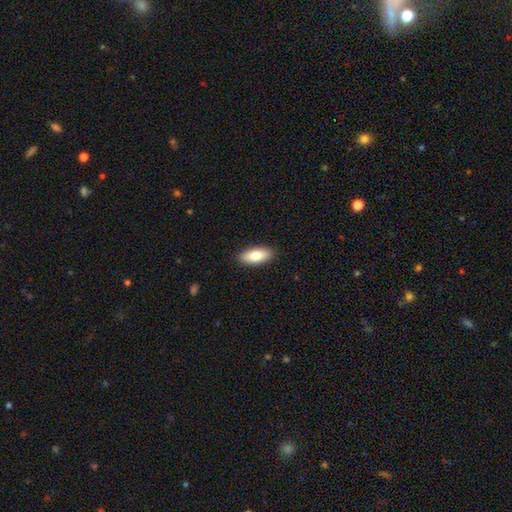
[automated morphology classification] A smooth galaxy with no disk features (79%) that is in between round and cigar-shaped (83%).

Vote fractions:
- Smooth or featured? smooth: 79% / featured or disk: 15% / star or artifact: 6%
- How rounded? in between: 83% / cigar-shaped: 15% / round: 2%
- Merging? none: 90% / minor disturbance: 7% / major disturbance: 2% / merger: 1%